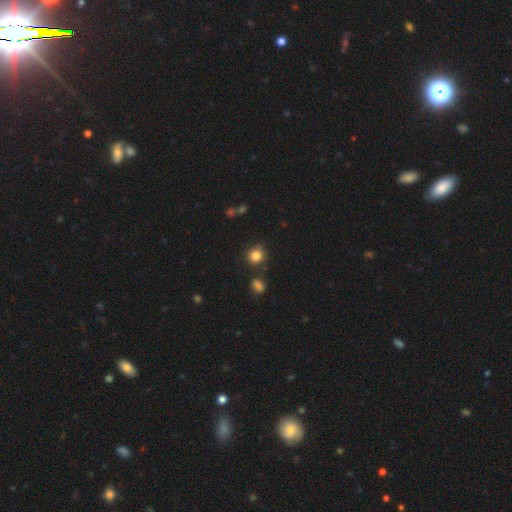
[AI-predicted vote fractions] This appears to be a smooth galaxy with no disk features (82%) that is round (81%). Merging: none (79%).